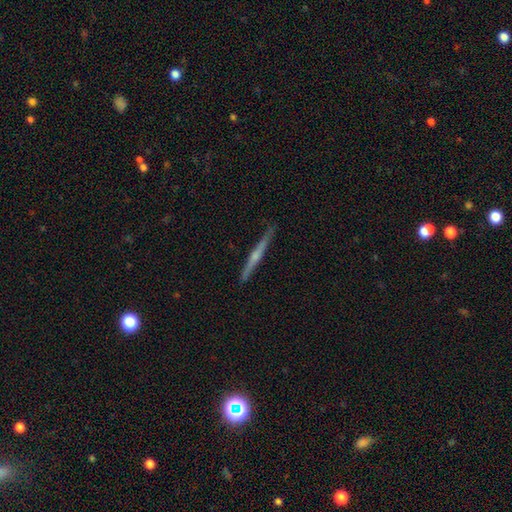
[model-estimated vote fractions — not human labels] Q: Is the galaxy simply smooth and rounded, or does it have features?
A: featured or disk — 71%.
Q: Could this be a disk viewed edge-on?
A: yes — 98%.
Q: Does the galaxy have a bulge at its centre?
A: rounded — 67%.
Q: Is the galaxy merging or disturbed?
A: none — 90%.